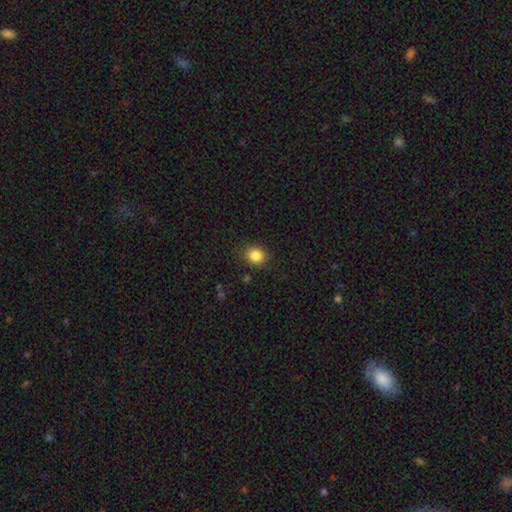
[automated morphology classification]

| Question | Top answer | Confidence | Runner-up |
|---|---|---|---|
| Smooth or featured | smooth | 84% | star or artifact (11%) |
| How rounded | round | 68% | in between (31%) |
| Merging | none | 86% | minor disturbance (10%) |